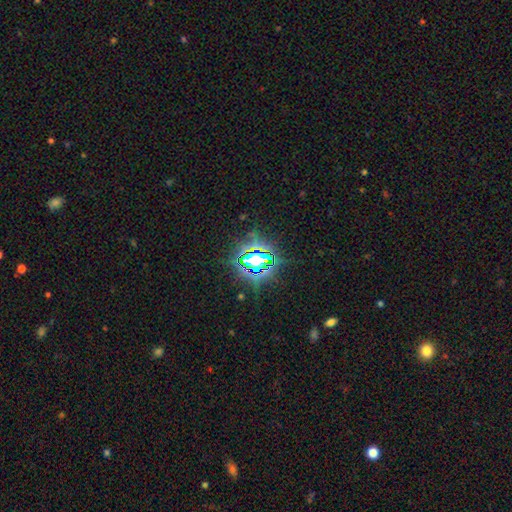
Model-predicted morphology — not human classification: star or artifact 82%, smooth 11%, featured or disk 7%.